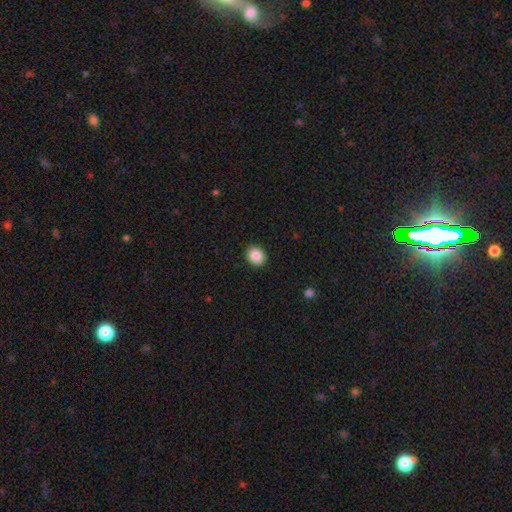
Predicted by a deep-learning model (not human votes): Smooth or featured: smooth — 87% (star or artifact — 9%)
How rounded: round — 72% (in between — 27%)
Merging: none — 92% (minor disturbance — 6%)